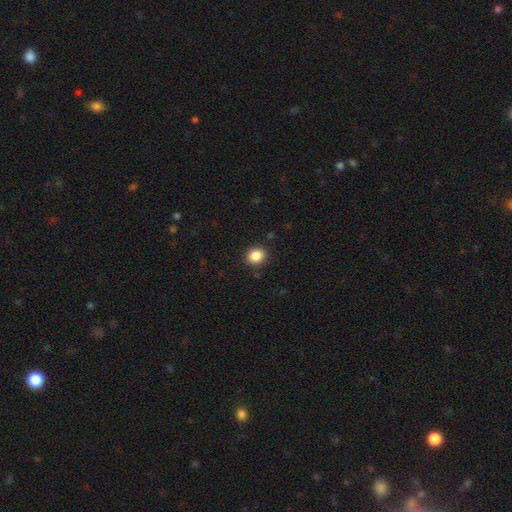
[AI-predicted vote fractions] Smooth or featured?
  - smooth: 87% *
  - star or artifact: 10%
  - featured or disk: 4%
How rounded?
  - round: 75% *
  - in between: 24%
  - cigar-shaped: 1%
Merging?
  - none: 90% *
  - minor disturbance: 7%
  - major disturbance: 2%
  - merger: 1%